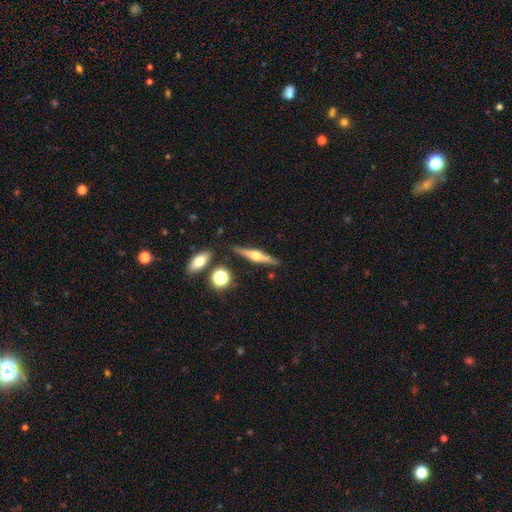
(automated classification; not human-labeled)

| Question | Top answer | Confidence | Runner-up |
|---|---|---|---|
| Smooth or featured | featured or disk | 71% | smooth (22%) |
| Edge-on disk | yes | 97% | no (3%) |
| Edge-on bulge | rounded | 94% | boxy (3%) |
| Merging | none | 86% | minor disturbance (9%) |